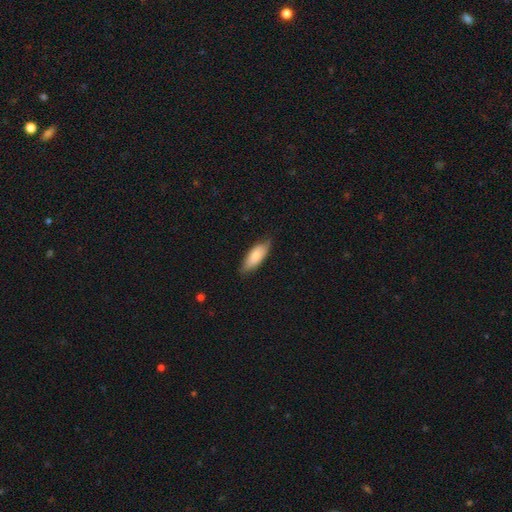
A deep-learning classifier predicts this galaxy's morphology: Smooth or featured?
  - smooth: 78% *
  - featured or disk: 17%
  - star or artifact: 6%
How rounded?
  - in between: 77% *
  - cigar-shaped: 21%
  - round: 2%
Merging?
  - none: 75% *
  - minor disturbance: 21%
  - major disturbance: 3%
  - merger: 1%